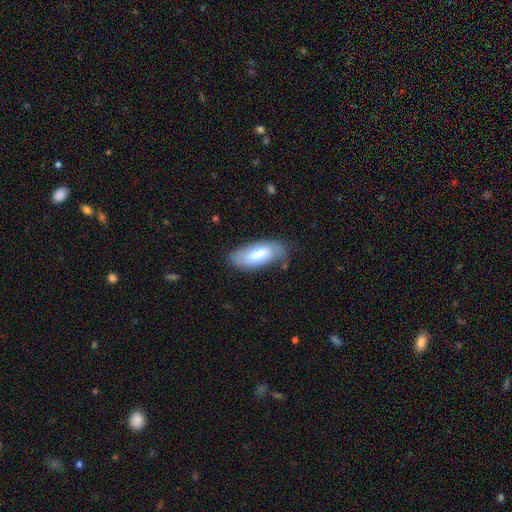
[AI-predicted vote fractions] A smooth galaxy with no disk features (72%) that is in between round and cigar-shaped (82%). Merging: none (72%).